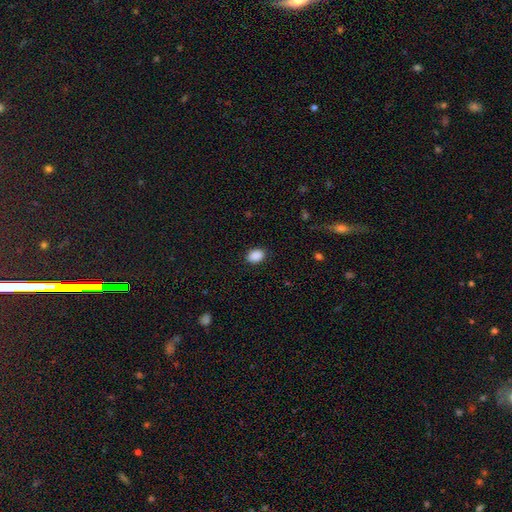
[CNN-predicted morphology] Smooth or featured? smooth (90%)
How rounded? in between (78%)
Merging? none (88%)